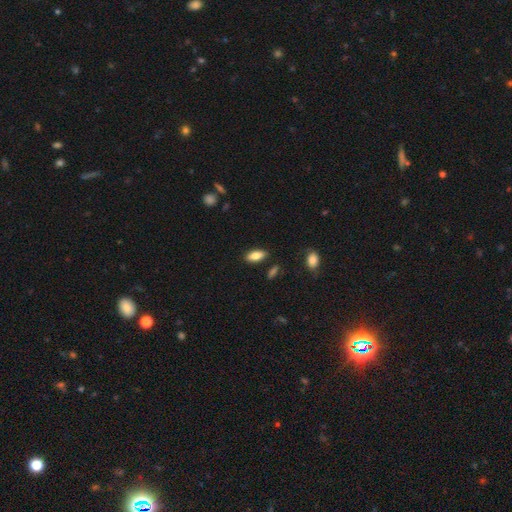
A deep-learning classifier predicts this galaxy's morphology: A smooth galaxy with no disk features (80%) that is in between round and cigar-shaped (84%). Merging: none (85%).